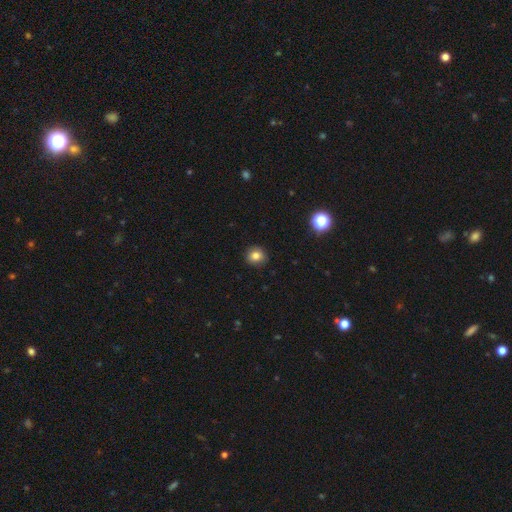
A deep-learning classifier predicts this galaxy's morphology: type=smooth (81%); roundness=round (83%); merging=none (89%).